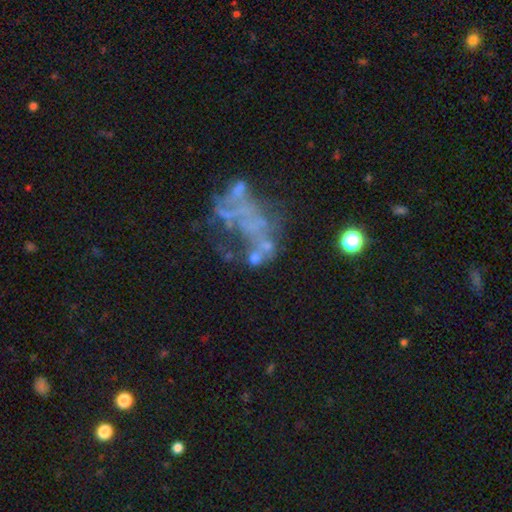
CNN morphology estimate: featured or disk 57%, star or artifact 22%, smooth 20%. Down the decision tree: edge-on disk — no (97%); bar — no (93%); spiral arms — no (93%); bulge size — none (84%); merging — major disturbance (33%).